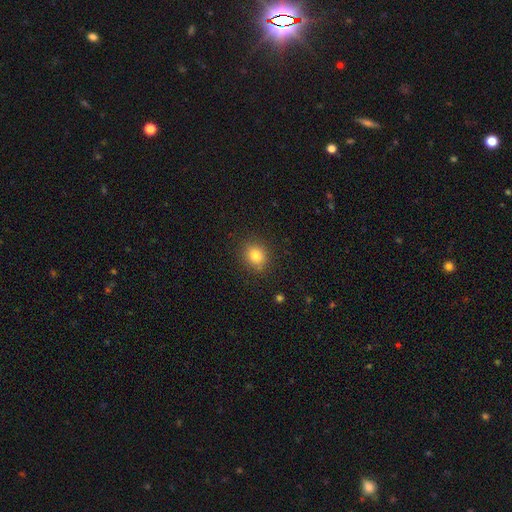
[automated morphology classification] Overall: smooth (81%). How rounded: round (68%; in between 31%). Merging: none (86%).